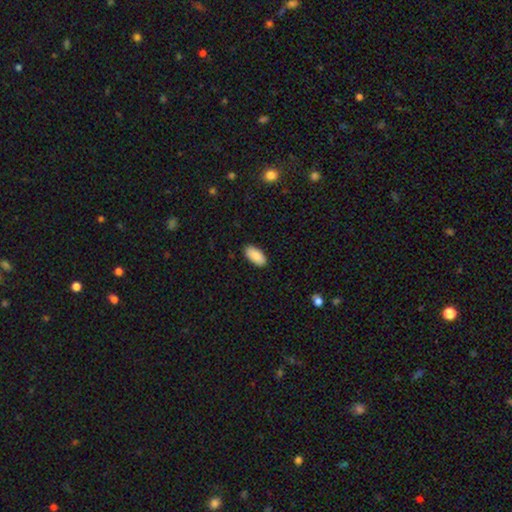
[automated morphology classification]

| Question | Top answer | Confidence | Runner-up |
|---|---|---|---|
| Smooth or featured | smooth | 88% | star or artifact (6%) |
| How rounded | in between | 94% | cigar-shaped (4%) |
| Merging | none | 89% | minor disturbance (8%) |